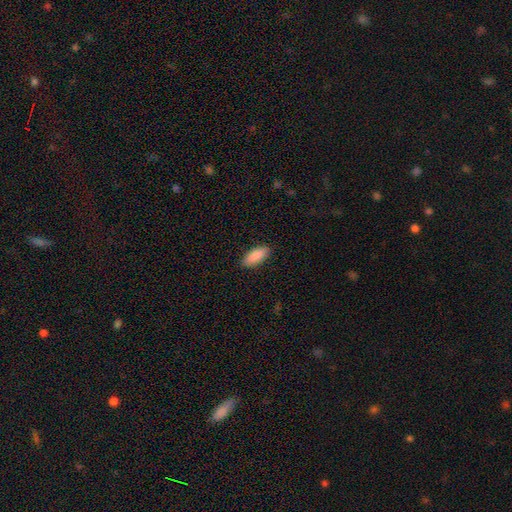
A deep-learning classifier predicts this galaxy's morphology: A smooth galaxy with no disk features (90%) that is in between round and cigar-shaped (81%).

Vote fractions:
- Smooth or featured? smooth: 90% / star or artifact: 6% / featured or disk: 4%
- How rounded? in between: 81% / cigar-shaped: 17% / round: 2%
- Merging? none: 89% / minor disturbance: 8% / major disturbance: 2% / merger: 1%